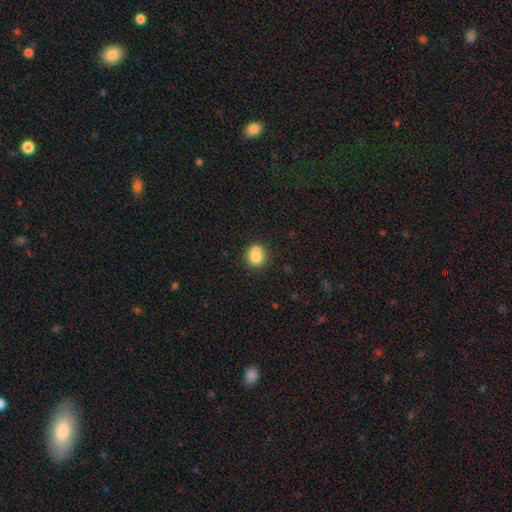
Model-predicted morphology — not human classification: Overall: smooth (81%). How rounded: round (76%). Merging: none (60%).